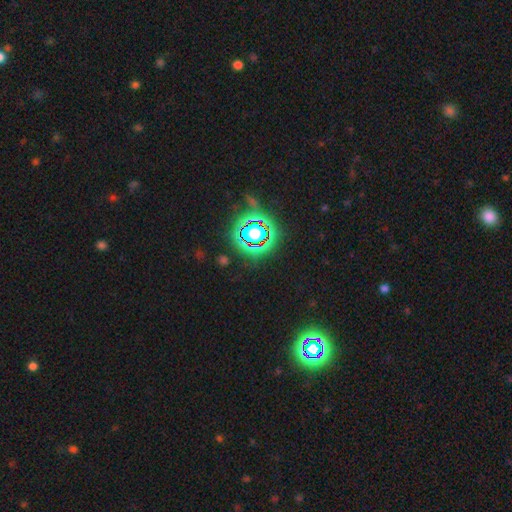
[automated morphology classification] A star or artifact, not a galaxy (81%).

Vote fractions:
- Smooth or featured? star or artifact: 81% / smooth: 10% / featured or disk: 9%